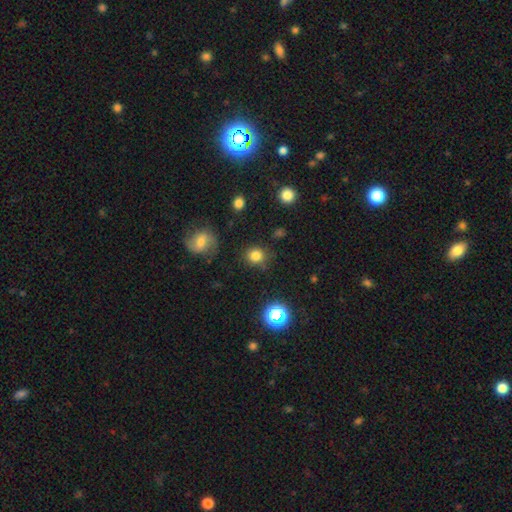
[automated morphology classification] Smooth or featured: smooth — 80% (star or artifact — 14%)
How rounded: round — 84% (in between — 15%)
Merging: none — 82% (minor disturbance — 11%)